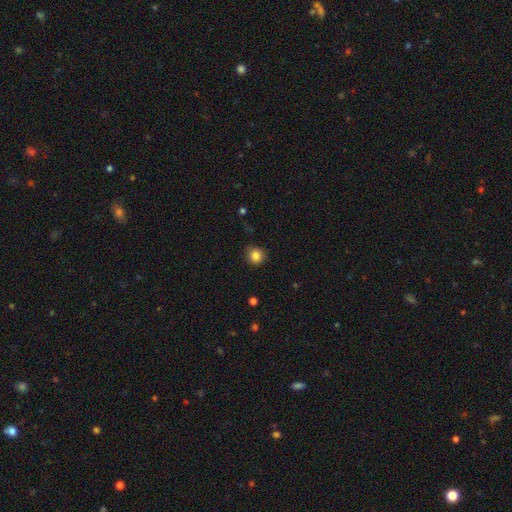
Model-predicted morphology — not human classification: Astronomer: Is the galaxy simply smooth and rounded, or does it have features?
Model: smooth — 84%.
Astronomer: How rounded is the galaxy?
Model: round — 87%.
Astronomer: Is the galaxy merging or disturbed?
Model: none — 85%.